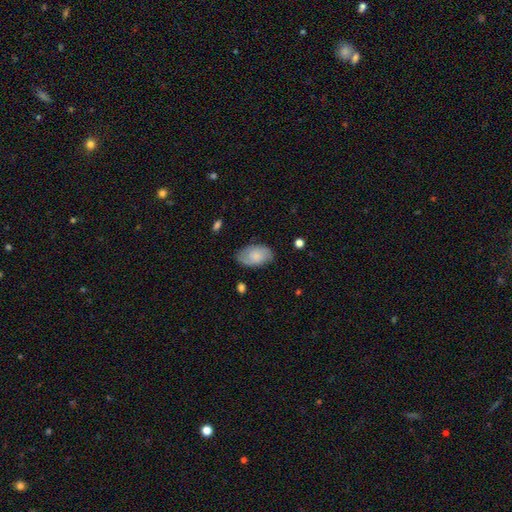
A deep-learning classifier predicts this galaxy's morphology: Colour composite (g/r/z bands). It shows a smooth galaxy with no disk features (64%) that is in between round and cigar-shaped (92%). Merging: none (76%).